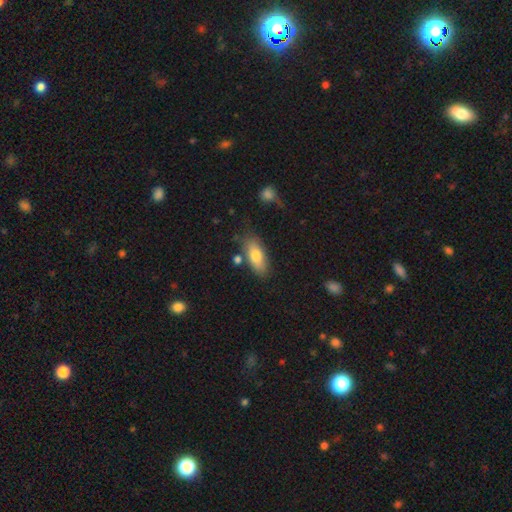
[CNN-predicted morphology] type=smooth (76%); roundness=in between (82%); merging=none (75%).